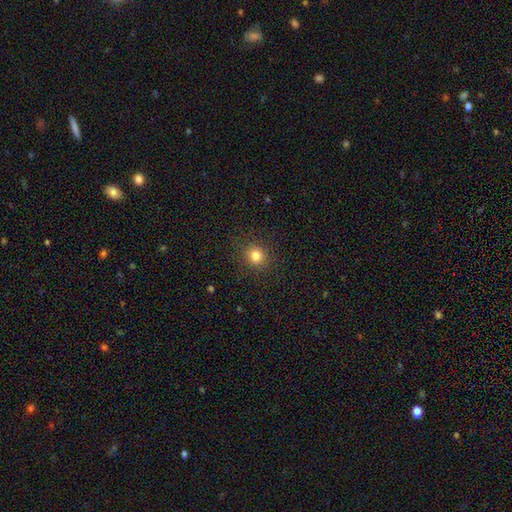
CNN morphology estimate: Smooth or featured? Predicted: smooth (p=0.82). How rounded? Predicted: round (p=0.88). Merging? Predicted: none (p=0.89).